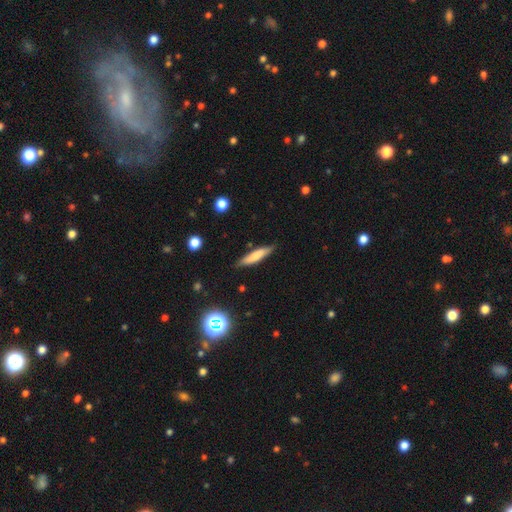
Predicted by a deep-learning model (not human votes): Morphology: type=smooth (70%); roundness=cigar-shaped (84%); merging=none (84%).